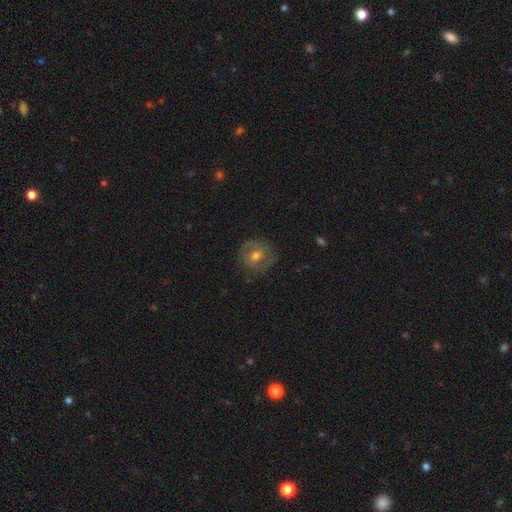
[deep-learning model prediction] Smooth or featured: featured or disk — 47% (smooth — 44%)
Merging: none — 78% (minor disturbance — 15%)